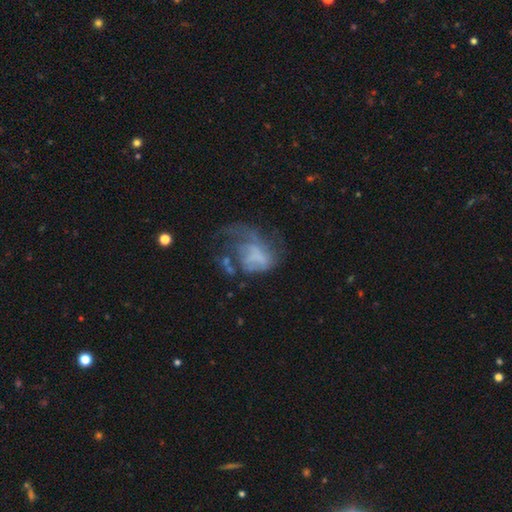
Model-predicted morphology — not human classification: Smooth or featured? featured or disk (54%)
Edge-on disk? no (98%)
Bar? no (80%)
Spiral arms? no (68%)
Bulge size? none (71%)
Merging? major disturbance (57%)